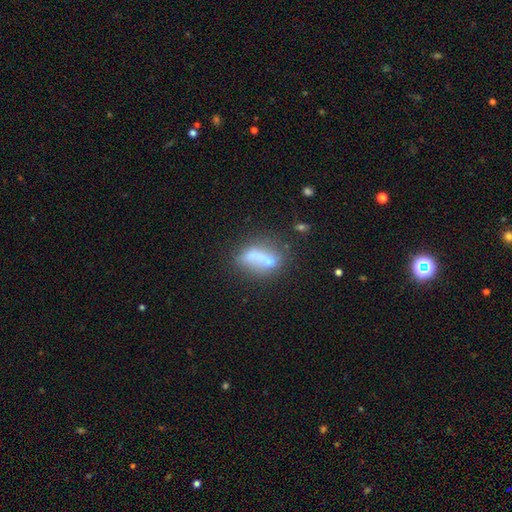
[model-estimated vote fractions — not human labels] smooth-or-featured: smooth: 54% | featured or disk: 34% | star or artifact: 12%
  how-rounded: in between: 68% | round: 19% | cigar-shaped: 13%
  merging: none: 33% | merger: 32% | major disturbance: 18% | minor disturbance: 18%